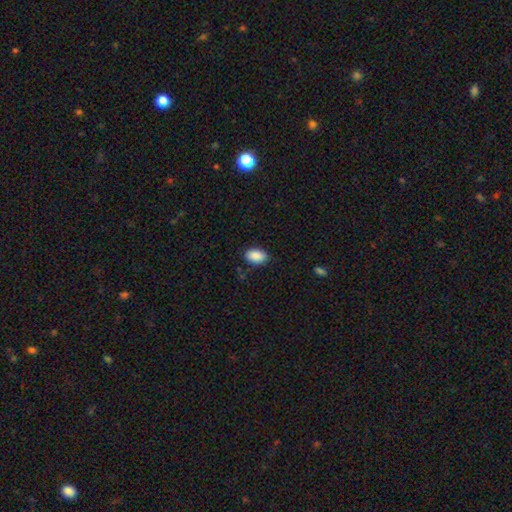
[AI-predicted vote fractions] Smooth or featured?
  - smooth: 90% *
  - star or artifact: 7%
  - featured or disk: 3%
How rounded?
  - in between: 91% *
  - round: 7%
  - cigar-shaped: 1%
Merging?
  - none: 84% *
  - minor disturbance: 13%
  - major disturbance: 3%
  - merger: 1%